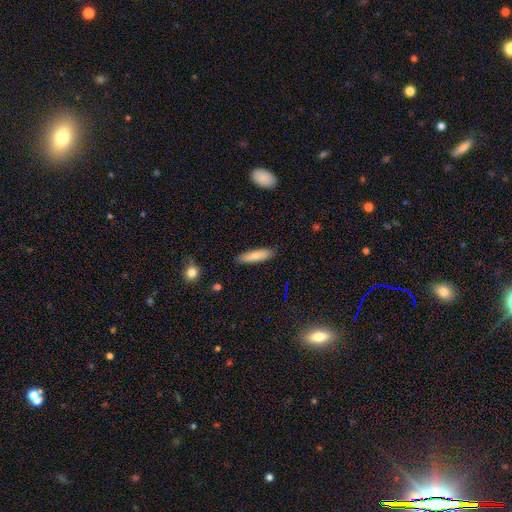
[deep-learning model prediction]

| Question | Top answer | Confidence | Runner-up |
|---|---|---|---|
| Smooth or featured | smooth | 77% | featured or disk (16%) |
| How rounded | cigar-shaped | 66% | in between (32%) |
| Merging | none | 87% | minor disturbance (10%) |